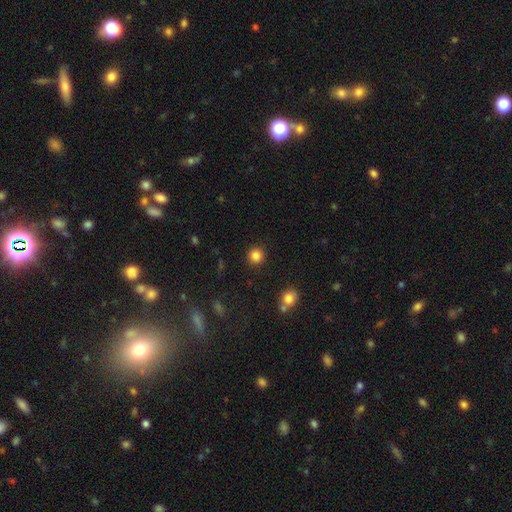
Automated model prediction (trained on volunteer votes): A smooth galaxy with no disk features (84%) that is round (93%). Merging: none (91%).